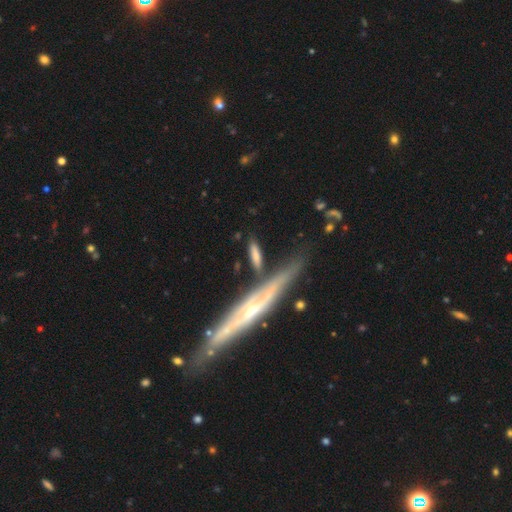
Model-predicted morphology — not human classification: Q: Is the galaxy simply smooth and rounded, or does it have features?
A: smooth — 61%.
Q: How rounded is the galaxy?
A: cigar-shaped — 62%.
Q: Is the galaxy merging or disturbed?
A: none — 58%.